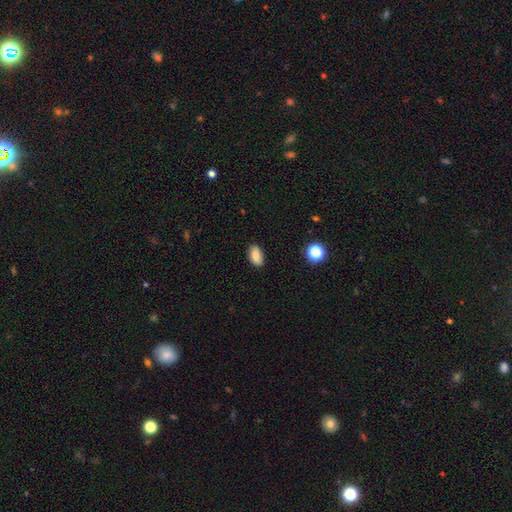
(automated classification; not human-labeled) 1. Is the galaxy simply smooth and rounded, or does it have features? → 83% smooth, 9% star or artifact, 8% featured or disk.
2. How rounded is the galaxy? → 91% in between, 6% round, 3% cigar-shaped.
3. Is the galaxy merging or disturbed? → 87% none, 10% minor disturbance, 2% major disturbance, 1% merger.